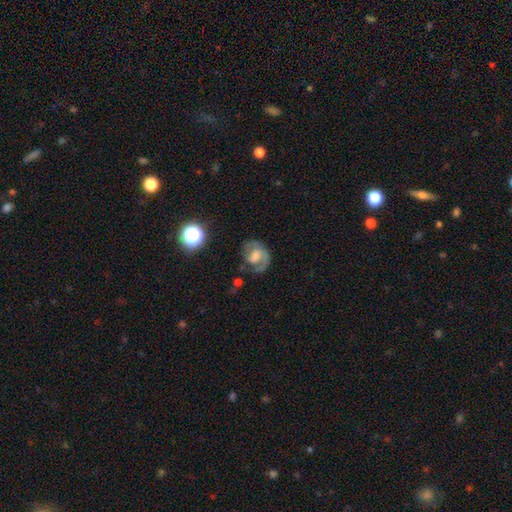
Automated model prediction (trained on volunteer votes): Overall: featured or disk (64%; smooth 27%). Edge-on disk: no (98%). Bar: weak (46%; no 40%). Spiral arms: yes (84%). Spiral arm count: 2 (46%; 1 40%). Spiral winding: medium (44%; tight 36%). Bulge size: moderate (34%; large 24%). Merging: none (54%; minor disturbance 21%).